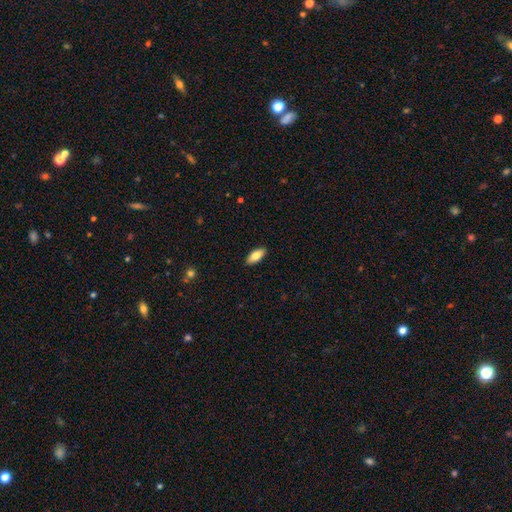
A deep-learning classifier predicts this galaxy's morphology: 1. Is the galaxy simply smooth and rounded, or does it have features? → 78% smooth, 15% featured or disk, 6% star or artifact.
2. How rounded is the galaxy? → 85% in between, 13% cigar-shaped, 2% round.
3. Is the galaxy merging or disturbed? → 90% none, 8% minor disturbance, 2% major disturbance, 1% merger.